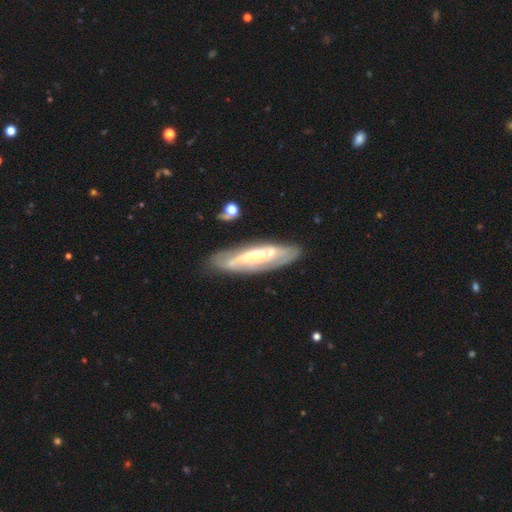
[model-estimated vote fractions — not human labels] A featured or disk galaxy (71%) with no bar (50%), spiral arms (82%) and a small central bulge (42%). Merging: none (74%).